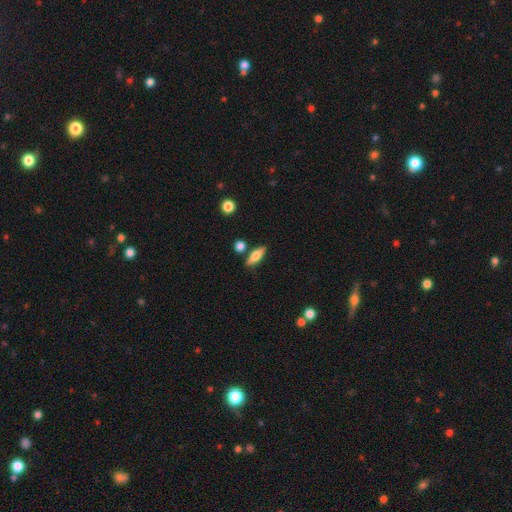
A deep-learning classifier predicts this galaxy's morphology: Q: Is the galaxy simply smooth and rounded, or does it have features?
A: smooth — 67%.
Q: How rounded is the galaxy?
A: in between — 59%.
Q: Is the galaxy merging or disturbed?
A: none — 79%.